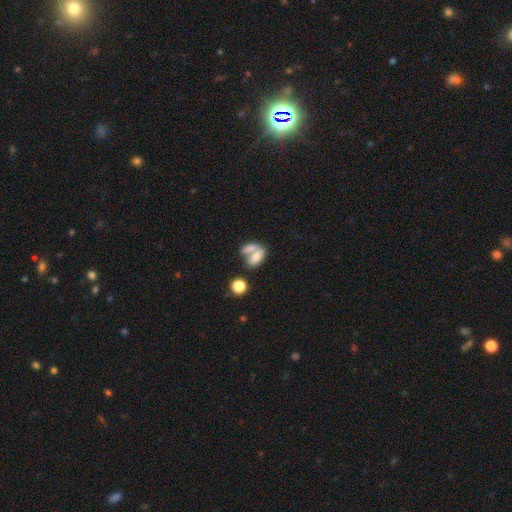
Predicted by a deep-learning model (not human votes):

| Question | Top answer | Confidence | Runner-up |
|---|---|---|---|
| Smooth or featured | smooth | 70% | featured or disk (21%) |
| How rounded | in between | 80% | round (12%) |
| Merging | merger | 55% | none (30%) |